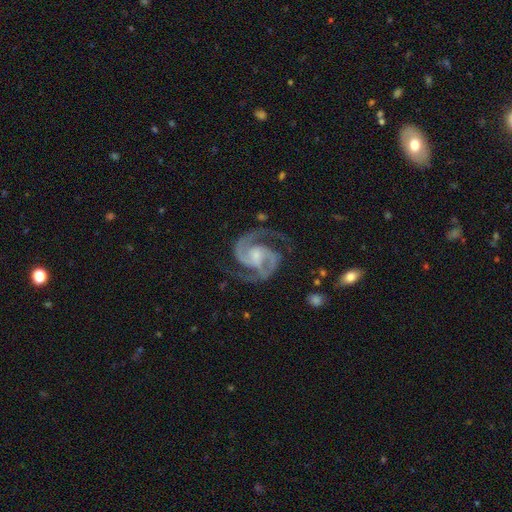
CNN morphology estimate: A featured or disk galaxy (94%) with a weak bar (42%), 2 (93%) medium (60%) spiral arms (99%) and a small central bulge (49%). Merging: none (77%).